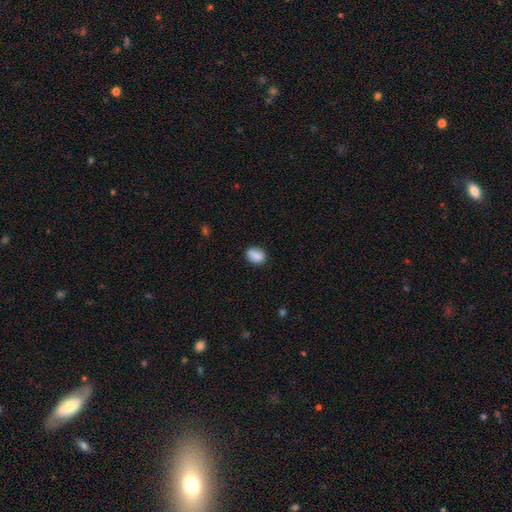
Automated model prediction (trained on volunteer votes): This is clearly a smooth galaxy (86%). How rounded: likely in between (74%). Merging: likely none (77%).